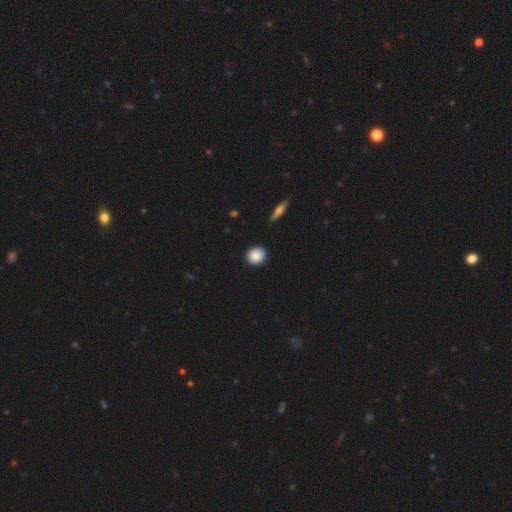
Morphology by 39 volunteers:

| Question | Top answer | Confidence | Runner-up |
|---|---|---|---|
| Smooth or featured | smooth | 79% | featured or disk (13%) |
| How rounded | round | 90% | in between (10%) |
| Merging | none | 97% | major disturbance (3%) |